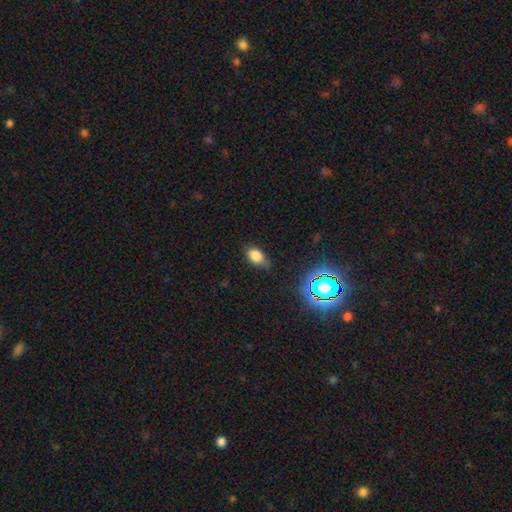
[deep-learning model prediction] Smooth or featured? Predicted: smooth (p=0.79). How rounded? Predicted: in between (p=0.87). Merging? Predicted: none (p=0.67).